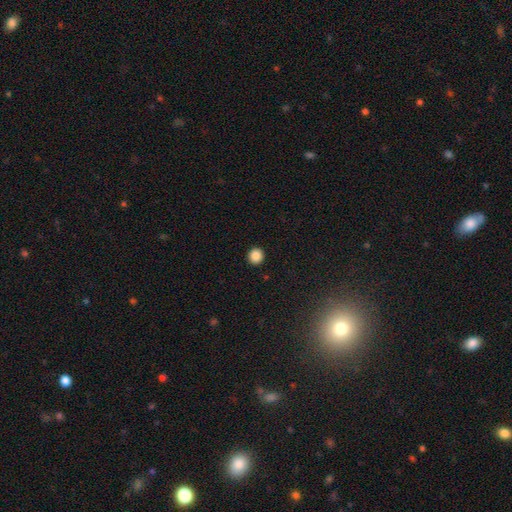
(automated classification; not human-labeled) A smooth galaxy with no disk features (88%) that is round (95%). Merging: none (93%).